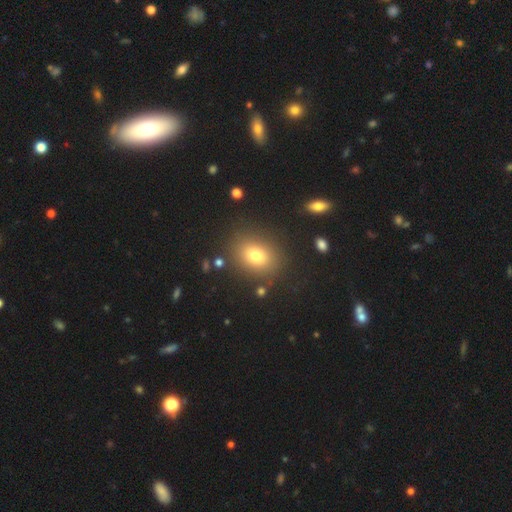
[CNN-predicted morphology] Smooth or featured: smooth — 77% (star or artifact — 13%)
How rounded: in between — 56% (round — 43%)
Merging: none — 85% (minor disturbance — 9%)